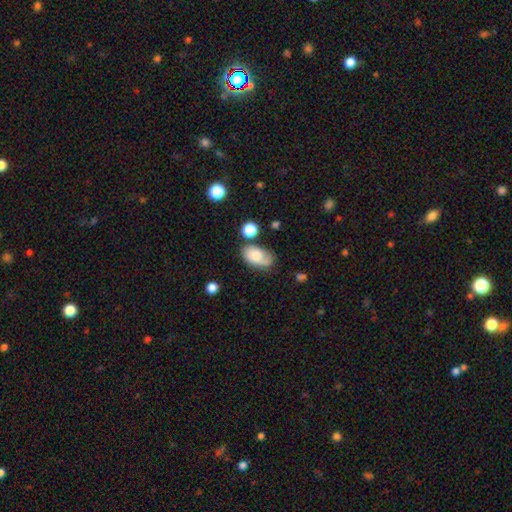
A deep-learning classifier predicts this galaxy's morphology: This appears to be a smooth galaxy with no disk features (62%) that is in between round and cigar-shaped (89%). Merging: none (49%).